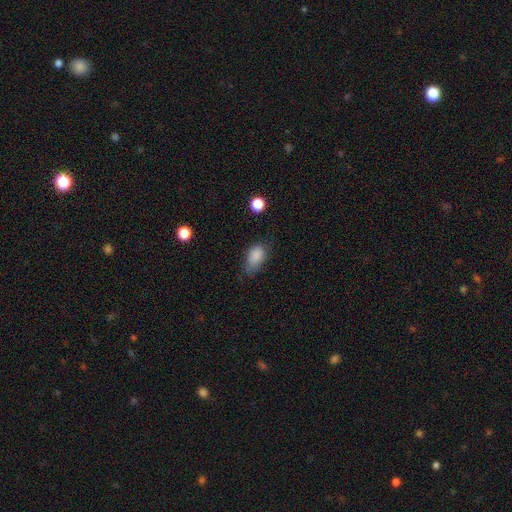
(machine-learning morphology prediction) type=smooth (85%); roundness=in between (88%); merging=none (54%).